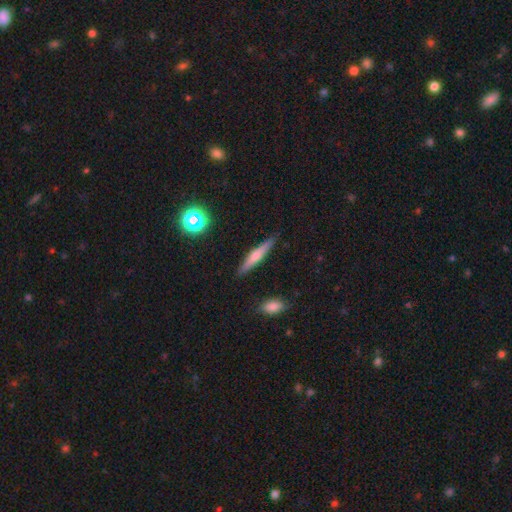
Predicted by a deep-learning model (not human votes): Morphology: type=featured or disk (46%, tied with smooth); merging=none (89%).